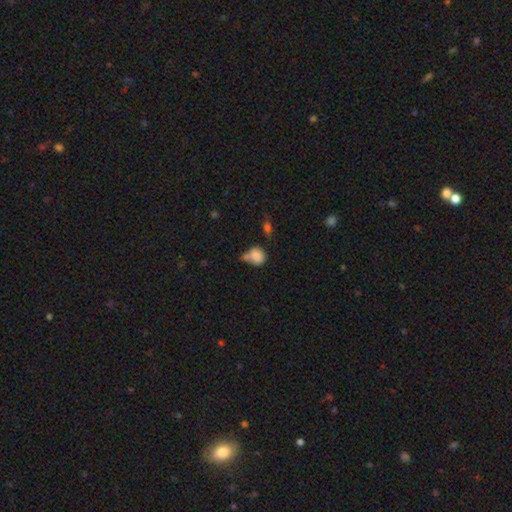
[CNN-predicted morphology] type=smooth (82%); roundness=round (58%); merging=none (38%).